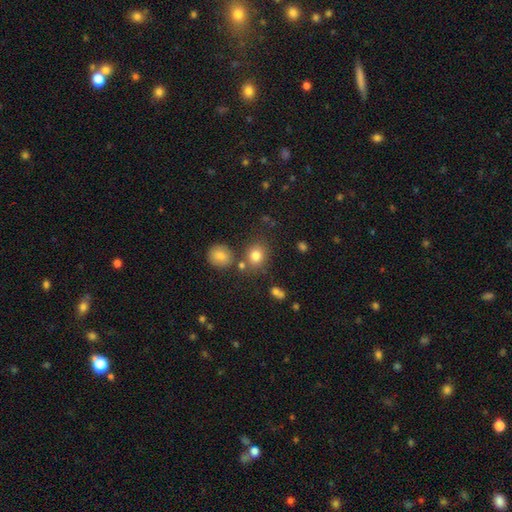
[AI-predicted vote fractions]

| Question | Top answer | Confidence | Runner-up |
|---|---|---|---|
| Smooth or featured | smooth | 79% | star or artifact (13%) |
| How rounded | round | 67% | in between (32%) |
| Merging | none | 70% | merger (14%) |